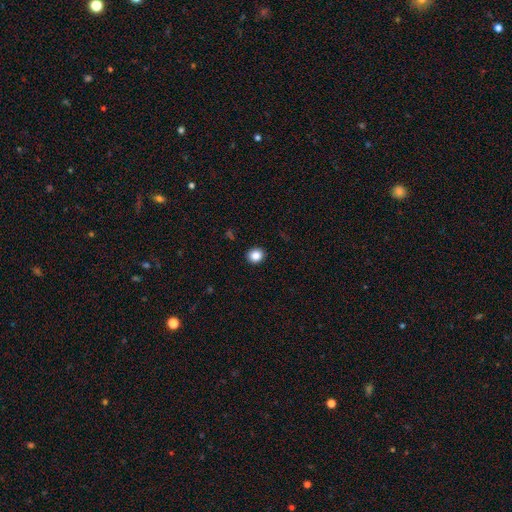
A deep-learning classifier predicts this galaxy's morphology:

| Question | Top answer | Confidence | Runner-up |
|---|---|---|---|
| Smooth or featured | smooth | 86% | star or artifact (10%) |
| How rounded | round | 83% | in between (16%) |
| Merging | none | 92% | minor disturbance (5%) |